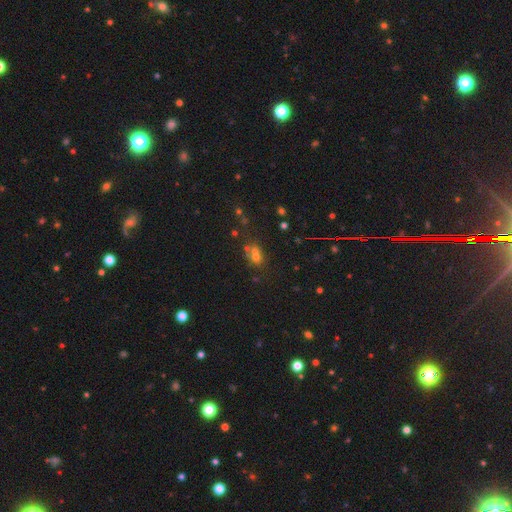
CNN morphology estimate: Q: Smooth or featured?
A: smooth (53%); runner-up: star or artifact (29%)
Q: How rounded?
A: round (52%); runner-up: in between (45%)
Q: Merging?
A: none (42%); runner-up: merger (39%)